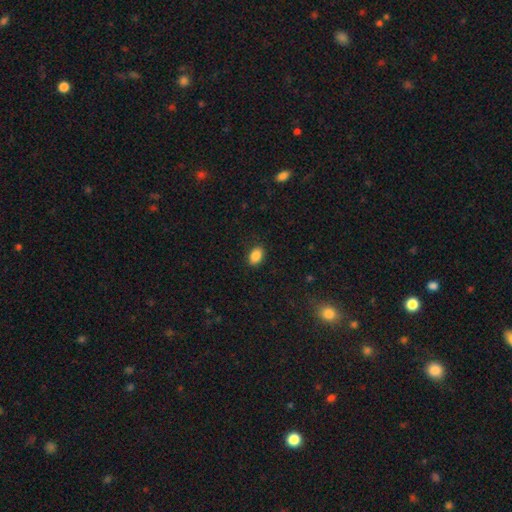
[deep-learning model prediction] smooth 88%, star or artifact 8%, featured or disk 4%. Down the decision tree: how rounded — in between (82%); merging — none (88%).